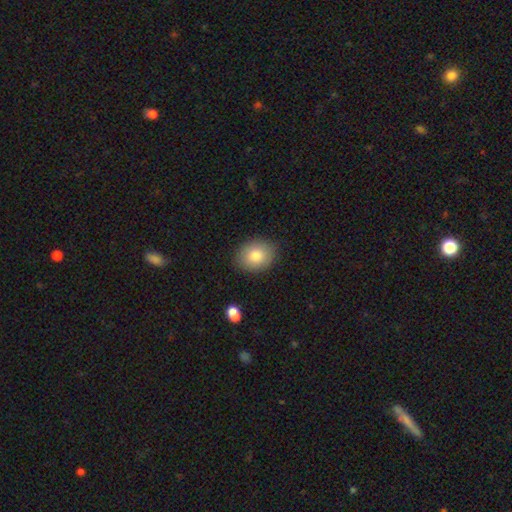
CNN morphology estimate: This is clearly a smooth galaxy (82%). How rounded: possibly in between (52%). Merging: clearly none (87%).